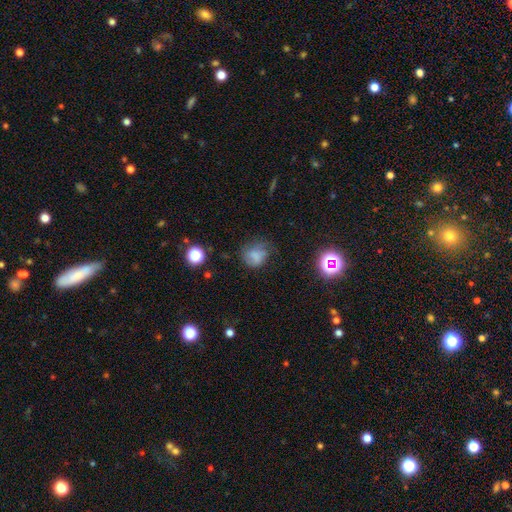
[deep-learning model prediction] smooth-or-featured: smooth: 66% | featured or disk: 18% | star or artifact: 16%
  how-rounded: round: 68% | in between: 31% | cigar-shaped: 1%
  merging: none: 51% | minor disturbance: 28% | major disturbance: 18% | merger: 2%